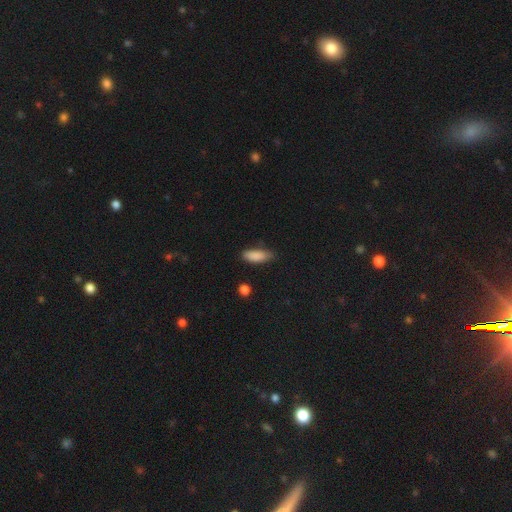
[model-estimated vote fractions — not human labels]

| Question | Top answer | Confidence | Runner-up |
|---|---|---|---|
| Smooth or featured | smooth | 87% | star or artifact (7%) |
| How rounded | in between | 66% | cigar-shaped (32%) |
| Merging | none | 74% | minor disturbance (21%) |